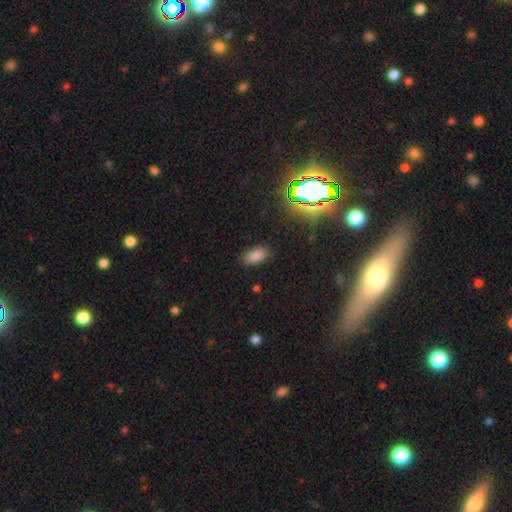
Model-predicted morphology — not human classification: This appears to be a smooth galaxy with no disk features (81%) that is in between round and cigar-shaped (93%). Merging: none (86%).